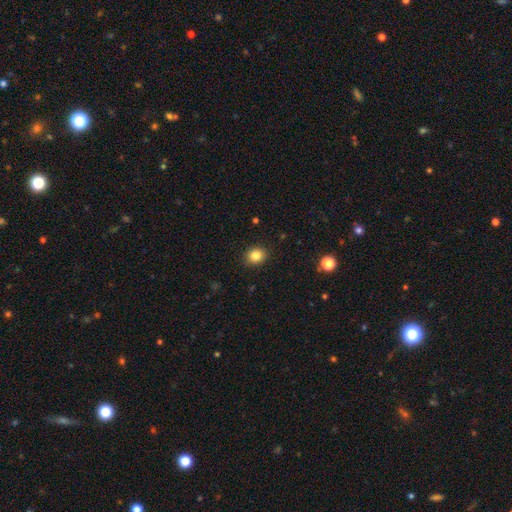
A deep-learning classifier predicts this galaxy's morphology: Smooth or featured? Predicted: smooth (p=0.83). How rounded? Predicted: round (p=0.63). Merging? Predicted: none (p=0.90).